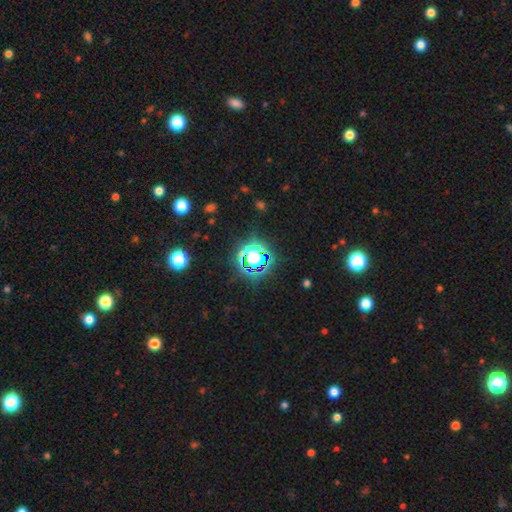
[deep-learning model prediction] Morphology: type=star or artifact (72%).